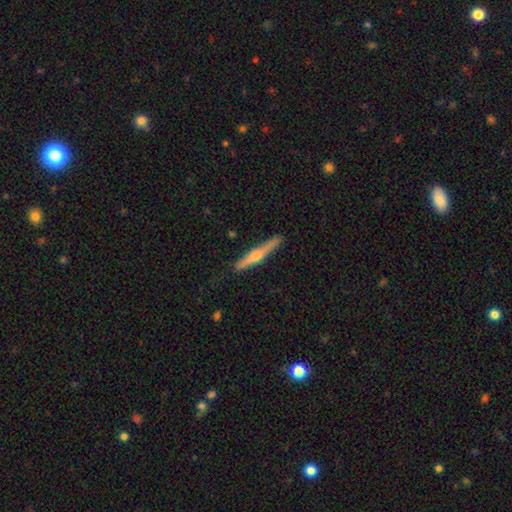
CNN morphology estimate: Q: Smooth or featured?
A: featured or disk (67%); runner-up: smooth (27%)
Q: Edge-on disk?
A: yes (98%); runner-up: no (2%)
Q: Edge-on bulge?
A: rounded (90%); runner-up: none (5%)
Q: Merging?
A: none (89%); runner-up: minor disturbance (9%)